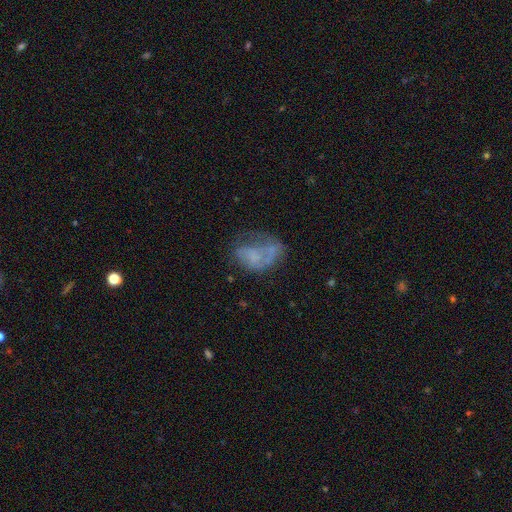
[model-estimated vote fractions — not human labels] Q: Smooth or featured?
A: featured or disk (48%); runner-up: smooth (40%)
Q: Merging?
A: major disturbance (36%); runner-up: none (33%)